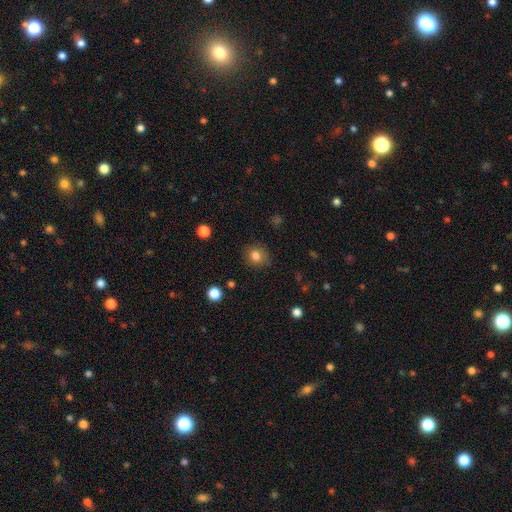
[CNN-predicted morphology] This appears to be a smooth galaxy with no disk features (81%) that is round (85%). Merging: none (83%).